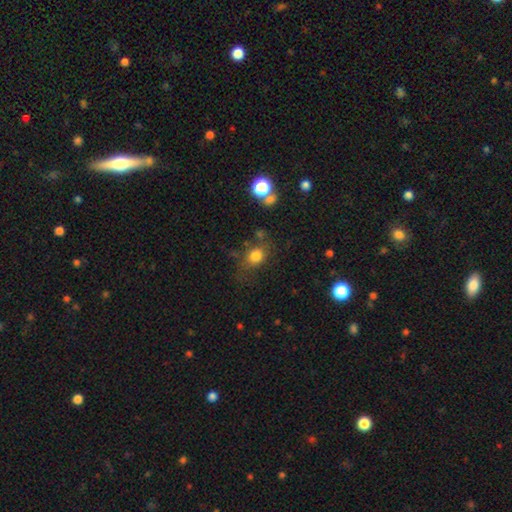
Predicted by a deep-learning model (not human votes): smooth-or-featured: smooth: 78% | star or artifact: 13% | featured or disk: 9%
  how-rounded: round: 54% | in between: 44% | cigar-shaped: 1%
  merging: none: 63% | minor disturbance: 20% | major disturbance: 11% | merger: 6%